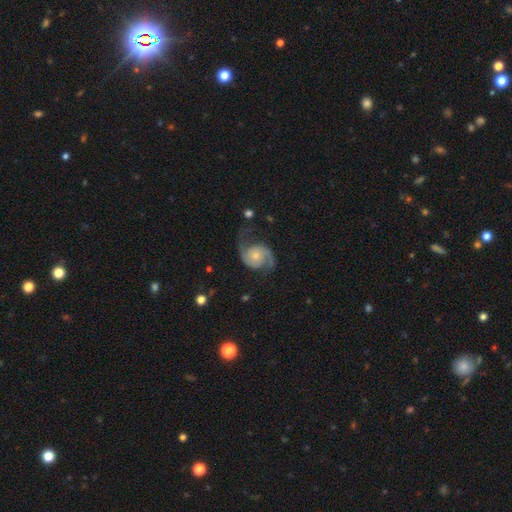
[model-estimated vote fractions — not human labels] This appears to be a featured or disk galaxy (88%) with no bar (75%), 2 (93%) medium (47%) spiral arms (97%) and a small central bulge (55%). Merging: none (71%).